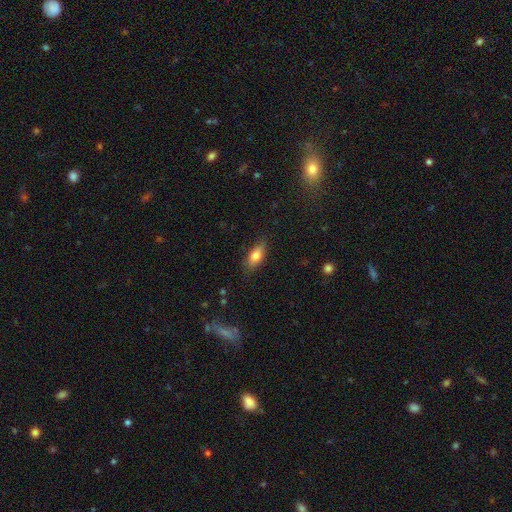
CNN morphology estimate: A smooth galaxy with no disk features (74%) that is in between round and cigar-shaped (77%). Merging: none (81%).